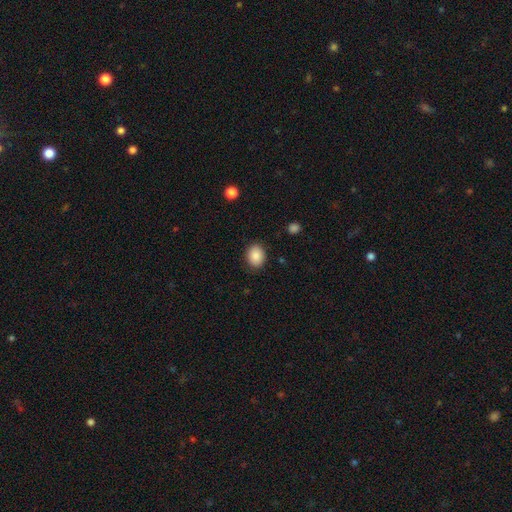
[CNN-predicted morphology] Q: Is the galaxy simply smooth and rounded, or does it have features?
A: smooth — 88%.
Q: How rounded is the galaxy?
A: in between — 51%.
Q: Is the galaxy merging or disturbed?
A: none — 87%.